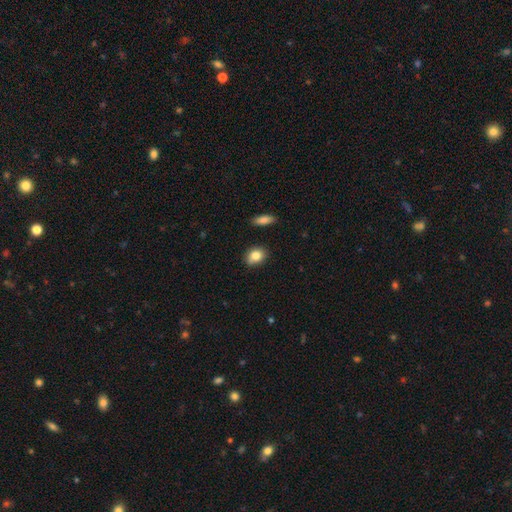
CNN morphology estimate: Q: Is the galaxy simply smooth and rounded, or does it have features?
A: smooth — 84%.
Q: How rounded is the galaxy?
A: in between — 59%.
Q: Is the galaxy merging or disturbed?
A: none — 84%.